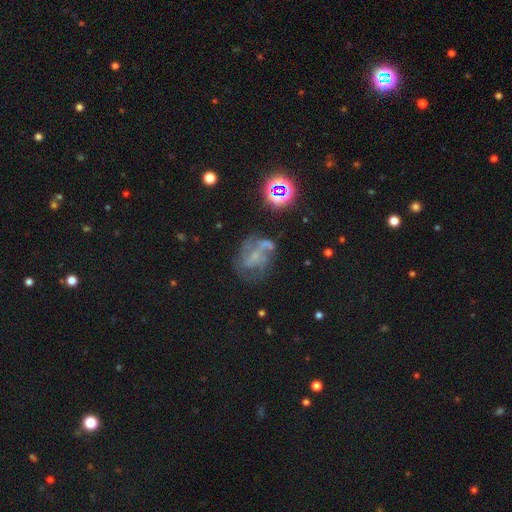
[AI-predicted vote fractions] smooth-or-featured: featured or disk: 61% | star or artifact: 20% | smooth: 19%
  disk-edge-on: no: 97% | yes: 3%
    bar: no: 57% | weak: 33% | strong: 10%
    has-spiral-arms: yes: 67% | no: 33%
    bulge-size: small: 44% | none: 37% | moderate: 16% | large: 2% | dominant: 1%
  merging: none: 47% | major disturbance: 23% | minor disturbance: 20% | merger: 10%